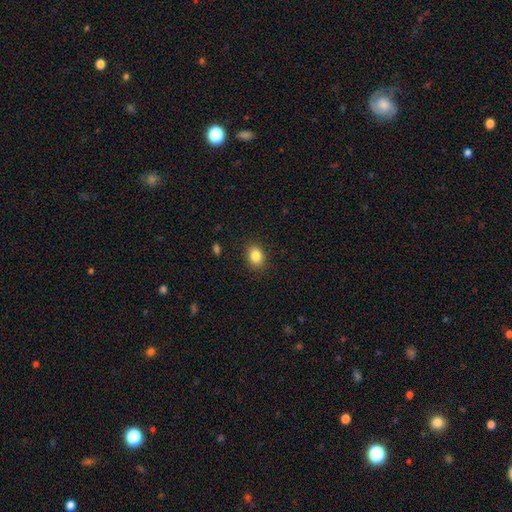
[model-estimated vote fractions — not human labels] smooth 85%, star or artifact 9%, featured or disk 6%. Down the decision tree: how rounded — in between (67%); merging — none (88%).